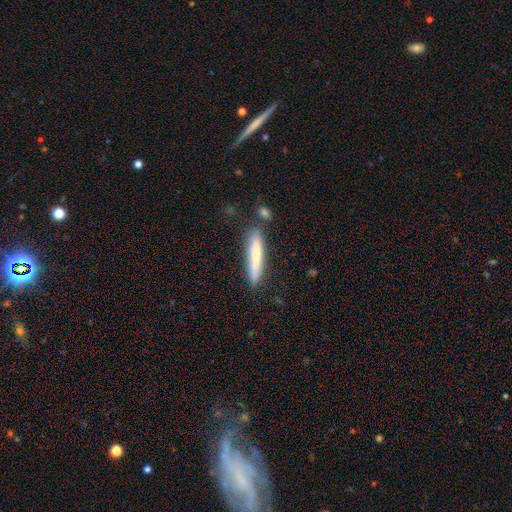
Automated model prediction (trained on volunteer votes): Overall: smooth (66%; featured or disk 28%). How rounded: cigar-shaped (91%). Merging: none (79%).